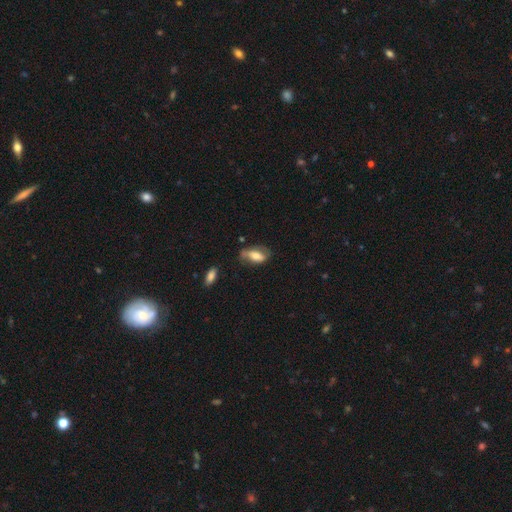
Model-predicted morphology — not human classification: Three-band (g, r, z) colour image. It shows a smooth galaxy with no disk features (61%) that is in between round and cigar-shaped (84%). Merging: none (51%).